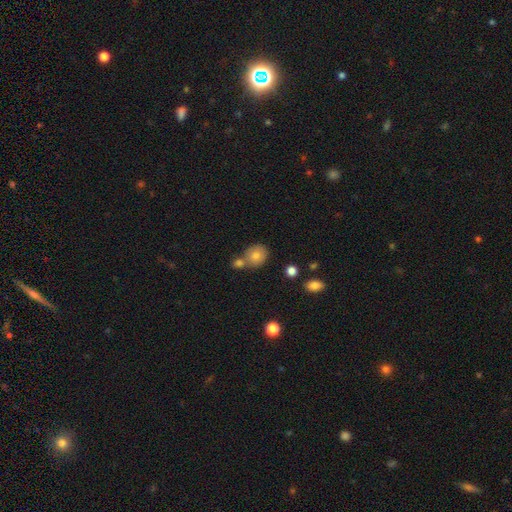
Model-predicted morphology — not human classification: Smooth or featured? Predicted: smooth (p=0.76). How rounded? Predicted: round (p=0.74). Merging? Predicted: none (p=0.55).